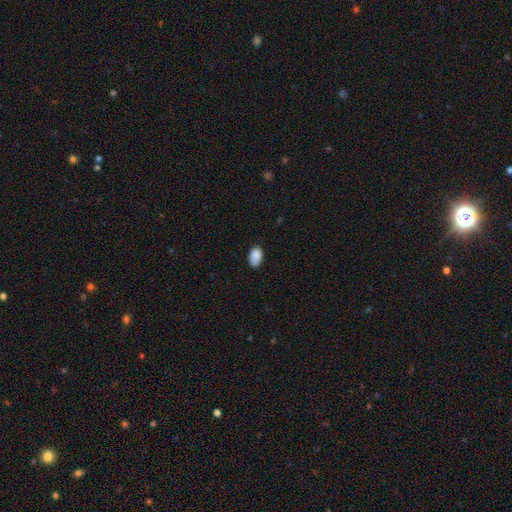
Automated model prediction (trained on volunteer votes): This is clearly a smooth galaxy (90%). How rounded: clearly in between (92%). Merging: clearly none (82%).